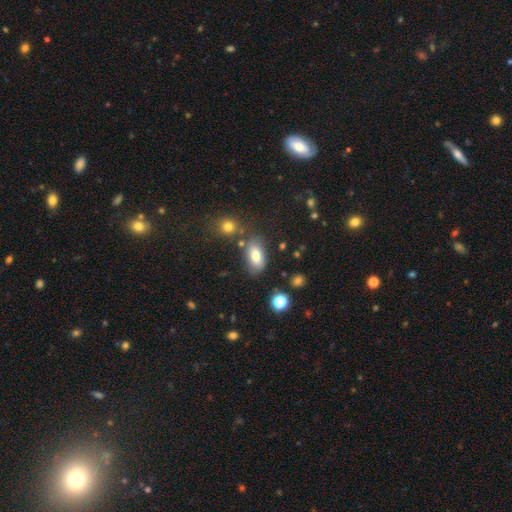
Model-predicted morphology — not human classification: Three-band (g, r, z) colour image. It shows a smooth galaxy with no disk features (80%) that is in between round and cigar-shaped (90%). Merging: none (71%).